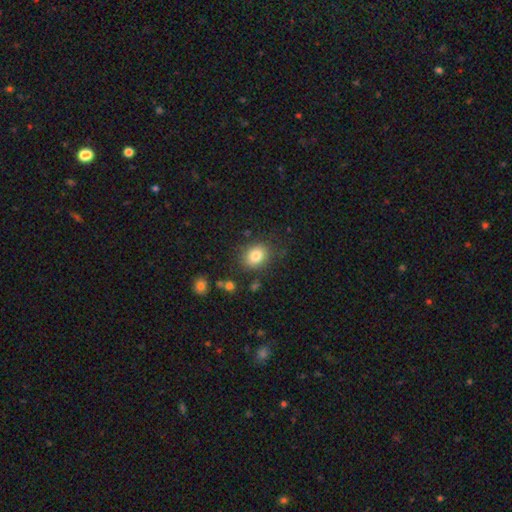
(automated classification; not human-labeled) Morphology: type=smooth (82%); roundness=in between (51%); merging=none (80%).